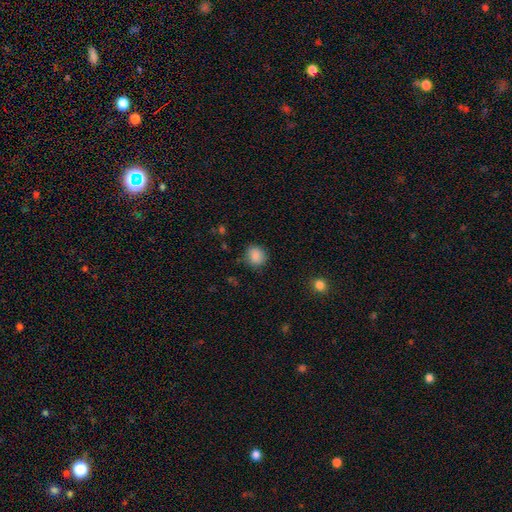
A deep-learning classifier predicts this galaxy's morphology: smooth 87%, star or artifact 9%, featured or disk 4%. Down the decision tree: how rounded — round (72%); merging — none (83%).